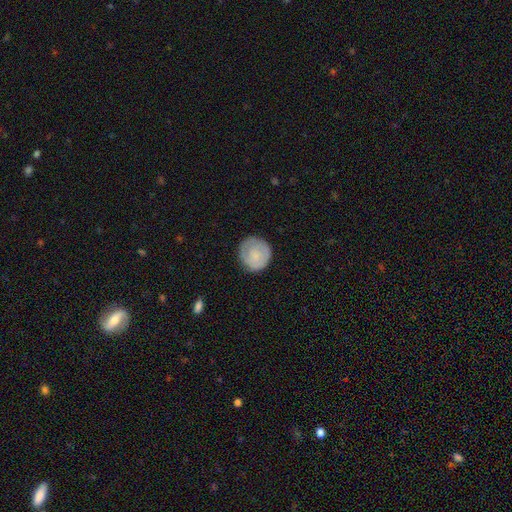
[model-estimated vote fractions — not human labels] This is likely a smooth galaxy (68%). How rounded: clearly round (92%). Merging: clearly none (80%).